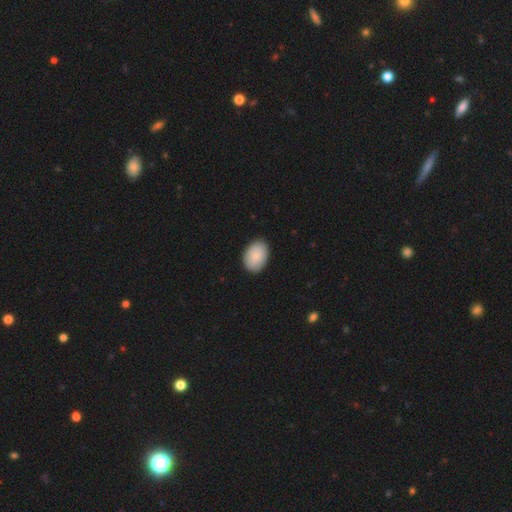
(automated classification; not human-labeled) smooth_or_featured: smooth (p=0.88) [alt: featured or disk p=0.06]
how_rounded: in between (p=0.84) [alt: round p=0.15]
merging: none (p=0.88) [alt: minor disturbance p=0.09]